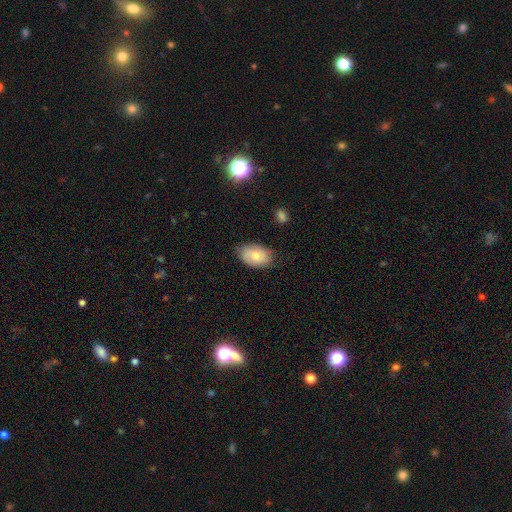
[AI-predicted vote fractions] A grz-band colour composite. It shows a smooth galaxy with no disk features (72%) that is in between round and cigar-shaped (89%). Merging: none (76%).